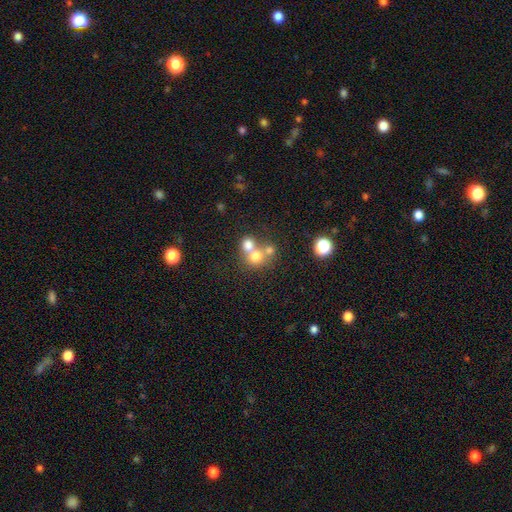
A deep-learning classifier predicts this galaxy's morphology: A smooth galaxy with no disk features (68%) that is round (81%).

Vote fractions:
- Smooth or featured? smooth: 68% / featured or disk: 17% / star or artifact: 14%
- How rounded? round: 81% / in between: 18% / cigar-shaped: 1%
- Merging? merger: 54% / none: 37% / minor disturbance: 6% / major disturbance: 4%